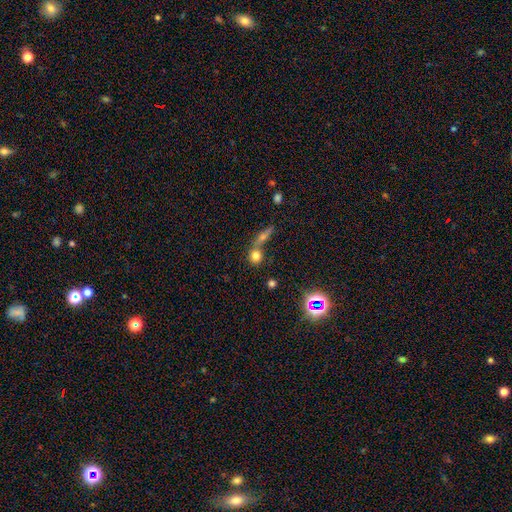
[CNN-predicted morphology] smooth-or-featured: smooth: 74% | star or artifact: 15% | featured or disk: 12%
  how-rounded: round: 81% | in between: 15% | cigar-shaped: 4%
  merging: none: 50% | merger: 39% | minor disturbance: 7% | major disturbance: 4%